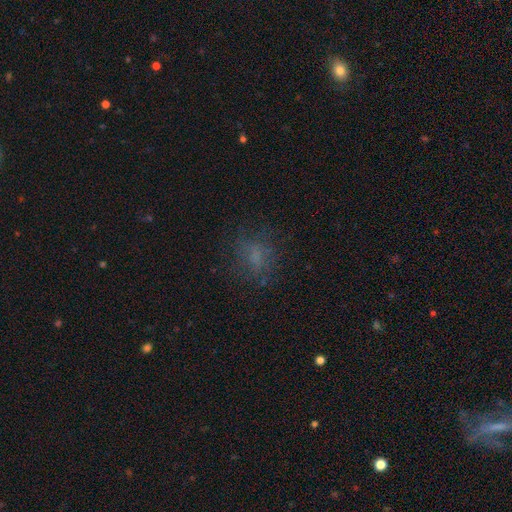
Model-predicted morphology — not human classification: type=smooth (60%); roundness=in between (52%); merging=none (70%).